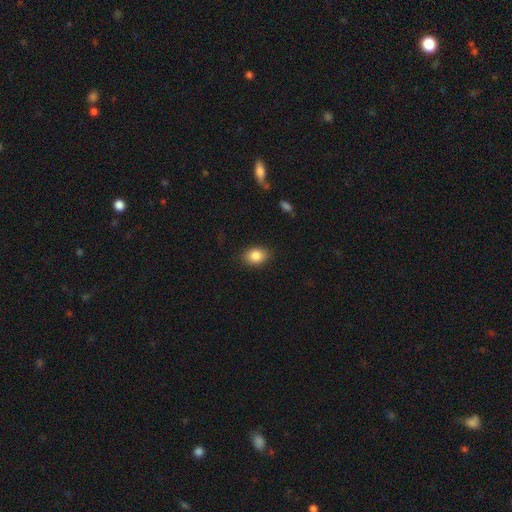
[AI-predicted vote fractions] smooth_or_featured: smooth (p=0.86) [alt: star or artifact p=0.08]
how_rounded: in between (p=0.74) [alt: round p=0.25]
merging: none (p=0.85) [alt: minor disturbance p=0.11]